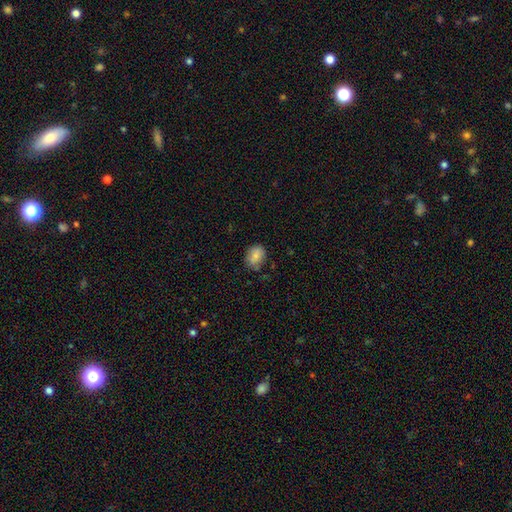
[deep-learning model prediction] Smooth or featured?
  - smooth: 81% *
  - featured or disk: 10%
  - star or artifact: 8%
How rounded?
  - in between: 62% *
  - round: 37%
  - cigar-shaped: 1%
Merging?
  - none: 72% *
  - minor disturbance: 21%
  - major disturbance: 5%
  - merger: 3%